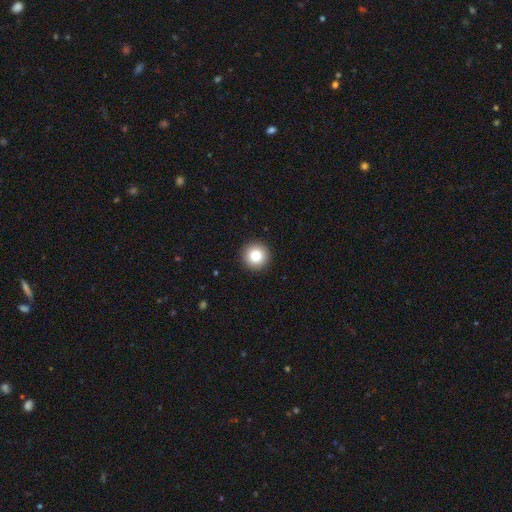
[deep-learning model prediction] Q: Smooth or featured?
A: smooth (83%); runner-up: star or artifact (10%)
Q: How rounded?
A: round (96%); runner-up: in between (3%)
Q: Merging?
A: none (93%); runner-up: minor disturbance (4%)